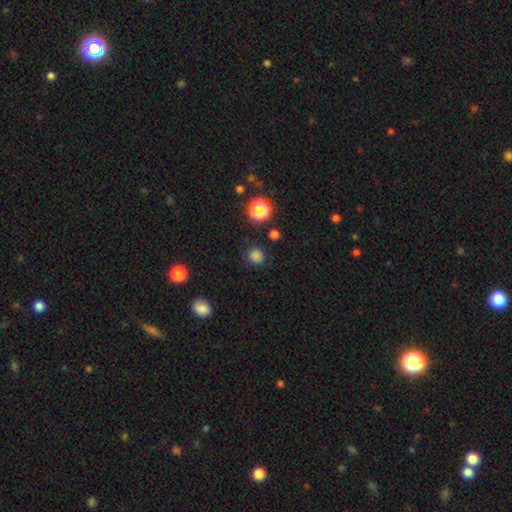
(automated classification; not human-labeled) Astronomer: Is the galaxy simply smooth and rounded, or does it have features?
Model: smooth — 79%.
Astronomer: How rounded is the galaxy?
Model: round — 91%.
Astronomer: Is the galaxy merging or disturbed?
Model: none — 86%.